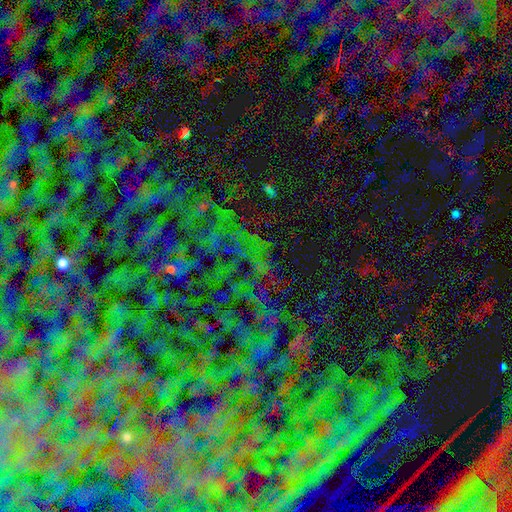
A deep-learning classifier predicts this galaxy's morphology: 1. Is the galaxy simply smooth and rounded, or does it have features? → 77% star or artifact, 12% featured or disk, 10% smooth.